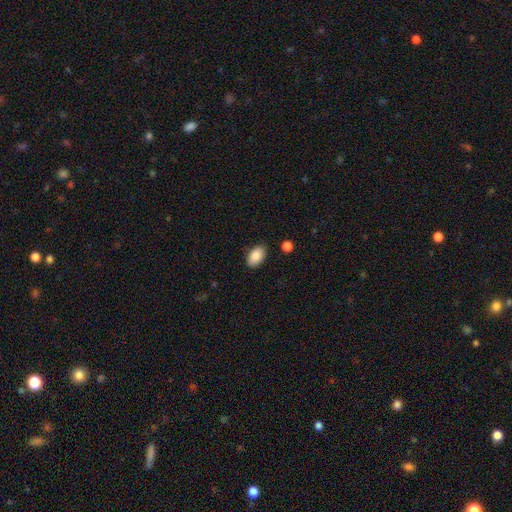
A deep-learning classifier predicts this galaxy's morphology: type=smooth (87%); roundness=in between (94%); merging=none (86%).